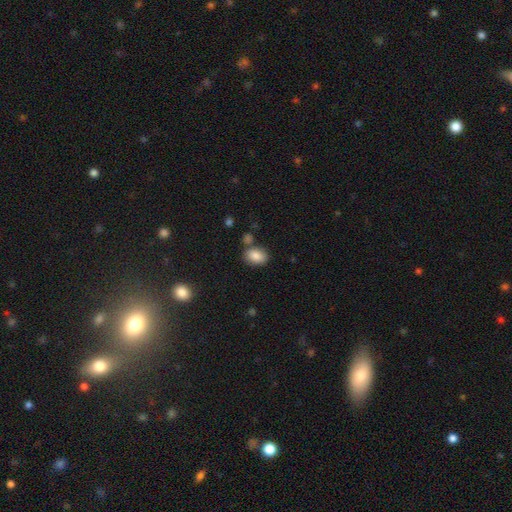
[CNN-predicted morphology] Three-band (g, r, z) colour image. It shows a smooth galaxy with no disk features (86%) that is in between round and cigar-shaped (78%). Merging: none (72%).